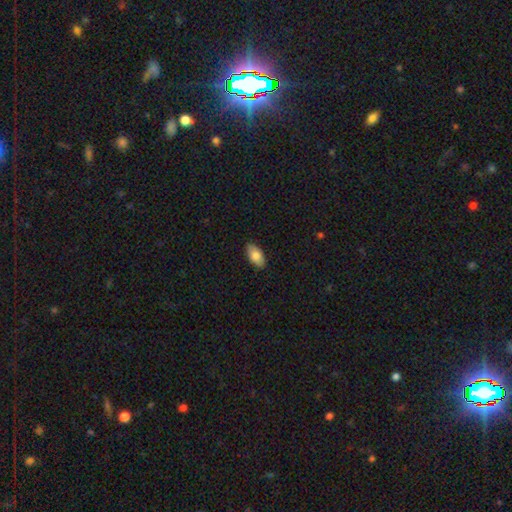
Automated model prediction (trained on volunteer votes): This appears to be a smooth galaxy with no disk features (80%) that is in between round and cigar-shaped (93%). Merging: none (87%).